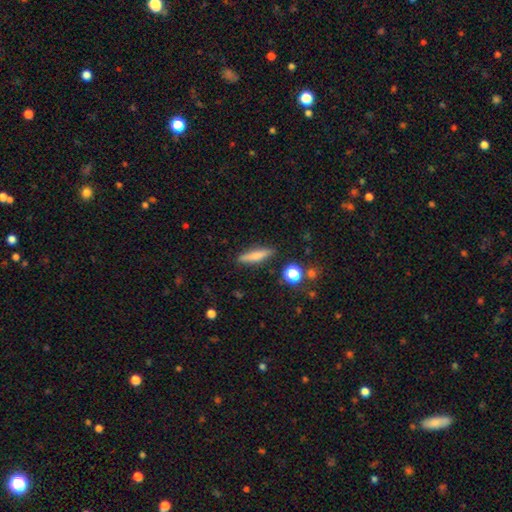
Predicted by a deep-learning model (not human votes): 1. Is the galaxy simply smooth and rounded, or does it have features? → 70% smooth, 22% featured or disk, 8% star or artifact.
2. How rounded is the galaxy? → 81% cigar-shaped, 16% in between, 3% round.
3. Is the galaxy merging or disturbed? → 86% none, 9% minor disturbance, 2% major disturbance, 2% merger.